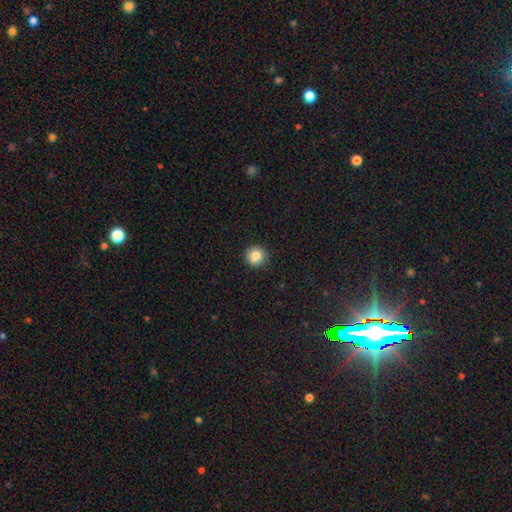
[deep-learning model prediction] smooth_or_featured: smooth (p=0.83) [alt: star or artifact p=0.10]
how_rounded: round (p=0.93) [alt: in between p=0.06]
merging: none (p=0.89) [alt: minor disturbance p=0.08]